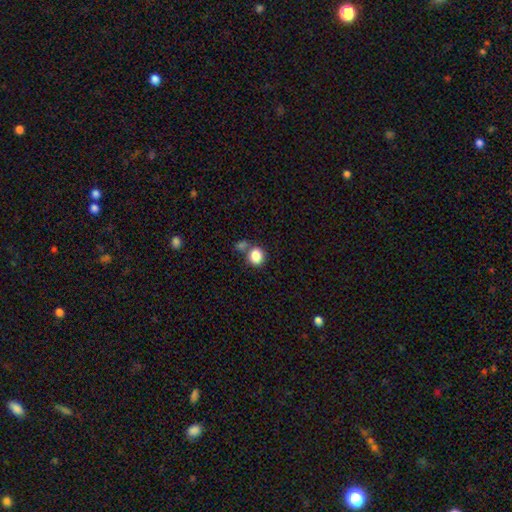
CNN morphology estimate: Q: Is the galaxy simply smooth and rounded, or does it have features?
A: smooth — 86%.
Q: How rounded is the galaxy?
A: round — 69%.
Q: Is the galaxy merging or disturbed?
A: none — 60%.